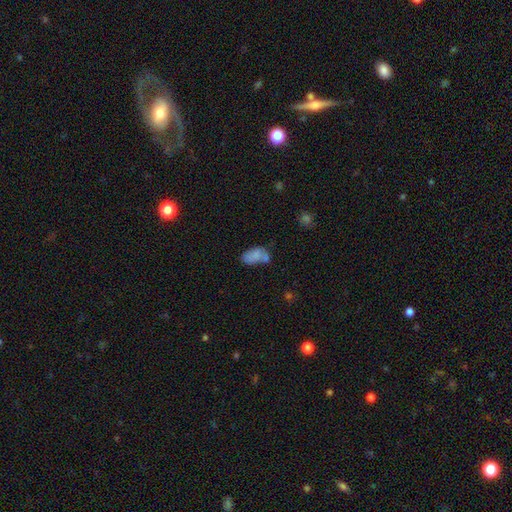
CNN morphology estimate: Overall: smooth (74%). How rounded: in between (91%). Merging: none (35%; merger 32%).